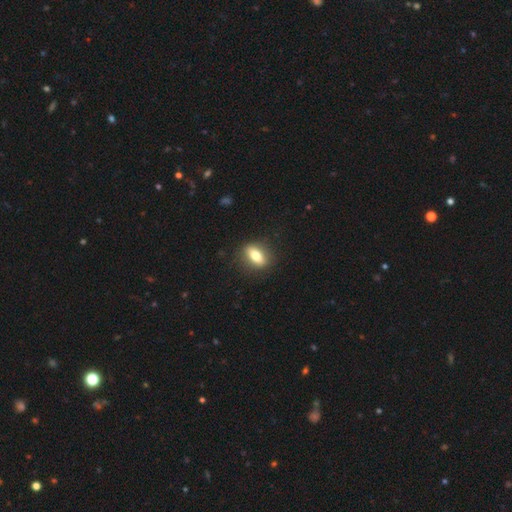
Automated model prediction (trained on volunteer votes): This is likely a smooth galaxy (70%). How rounded: likely in between (75%). Merging: clearly none (86%).